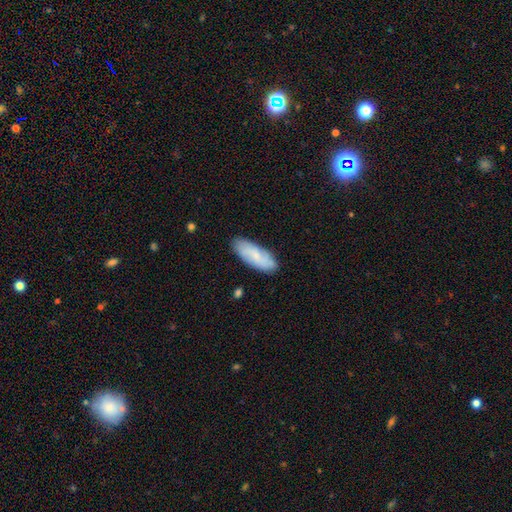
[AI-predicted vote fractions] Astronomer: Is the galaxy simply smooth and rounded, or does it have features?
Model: smooth — 59% (runner-up: featured or disk, 34%).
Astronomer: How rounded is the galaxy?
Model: in between — 70%.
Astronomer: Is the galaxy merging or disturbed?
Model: none — 83%.